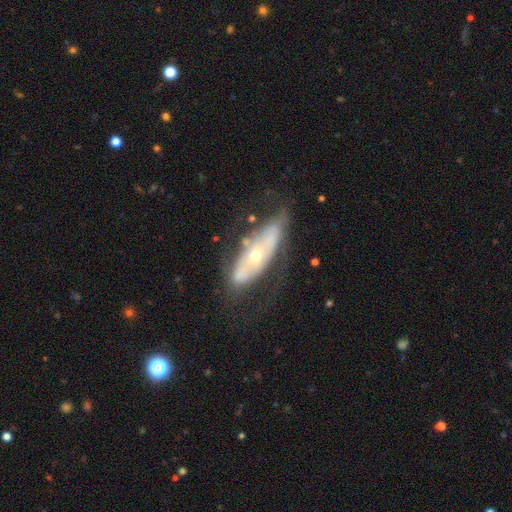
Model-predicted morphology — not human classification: Q: Smooth or featured?
A: featured or disk (67%); runner-up: smooth (26%)
Q: Edge-on disk?
A: no (74%); runner-up: yes (26%)
Q: Merging?
A: none (58%); runner-up: minor disturbance (22%)